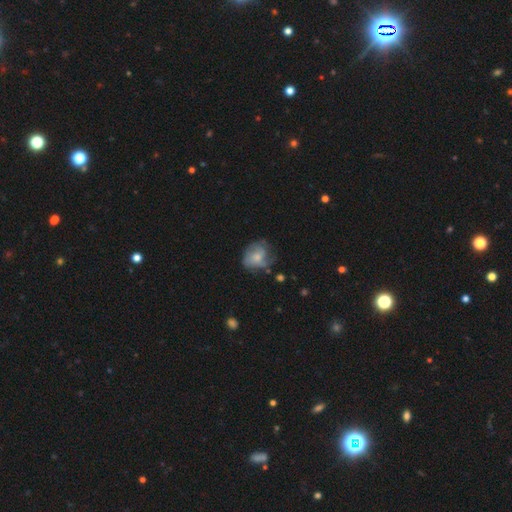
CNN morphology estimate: type=featured or disk (46%); merging=none (50%).